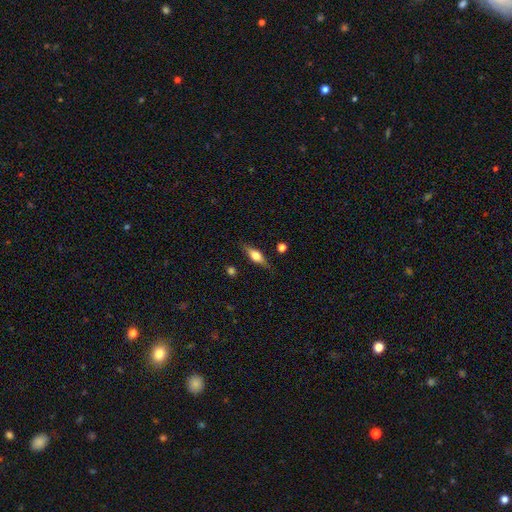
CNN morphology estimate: This is possibly a smooth galaxy (48%). Merging: likely none (79%).